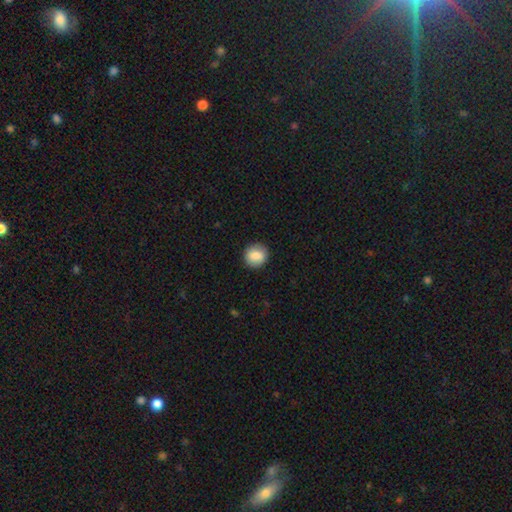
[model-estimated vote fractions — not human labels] Smooth or featured?
  - smooth: 84% *
  - featured or disk: 9%
  - star or artifact: 8%
How rounded?
  - round: 82% *
  - in between: 17%
  - cigar-shaped: 1%
Merging?
  - none: 88% *
  - minor disturbance: 9%
  - major disturbance: 2%
  - merger: 1%